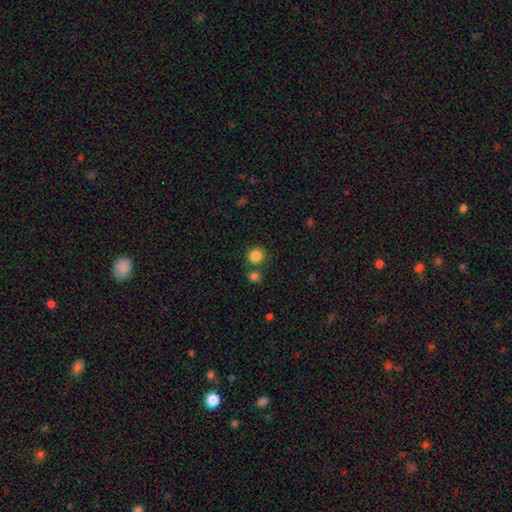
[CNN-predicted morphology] Smooth or featured?
  - smooth: 86% *
  - star or artifact: 10%
  - featured or disk: 4%
How rounded?
  - round: 86% *
  - in between: 13%
  - cigar-shaped: 1%
Merging?
  - none: 73% *
  - merger: 15%
  - minor disturbance: 8%
  - major disturbance: 3%